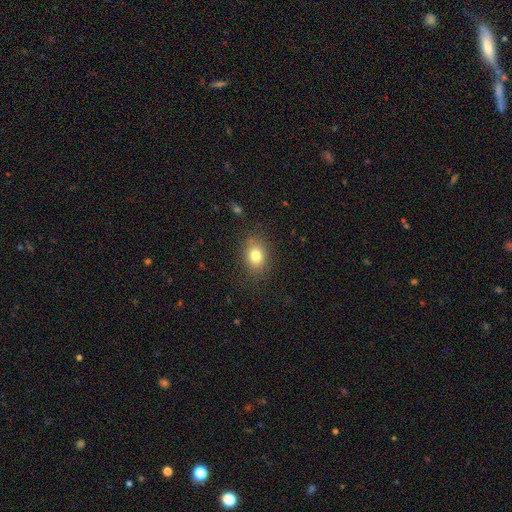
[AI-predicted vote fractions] A smooth galaxy with no disk features (80%) that is in between round and cigar-shaped (59%). Merging: none (83%).